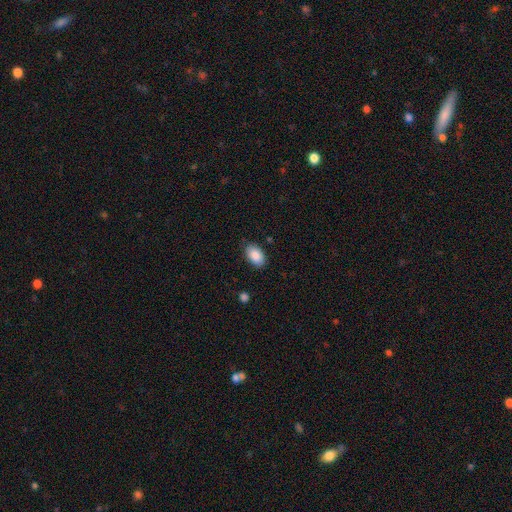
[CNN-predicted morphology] Overall: smooth (88%). How rounded: in between (93%). Merging: none (85%).